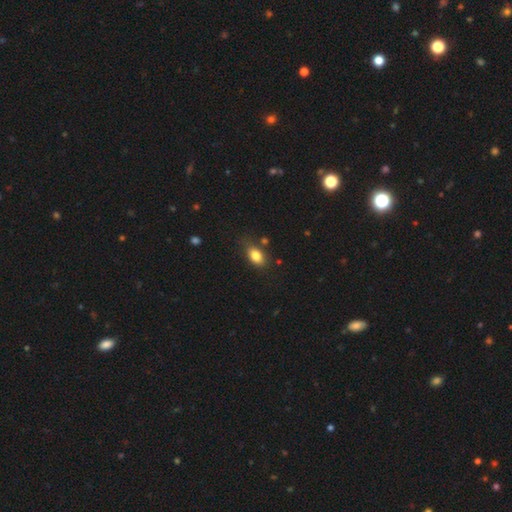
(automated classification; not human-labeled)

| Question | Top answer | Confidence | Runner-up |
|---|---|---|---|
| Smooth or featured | smooth | 82% | star or artifact (9%) |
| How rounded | in between | 84% | round (13%) |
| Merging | none | 75% | minor disturbance (17%) |